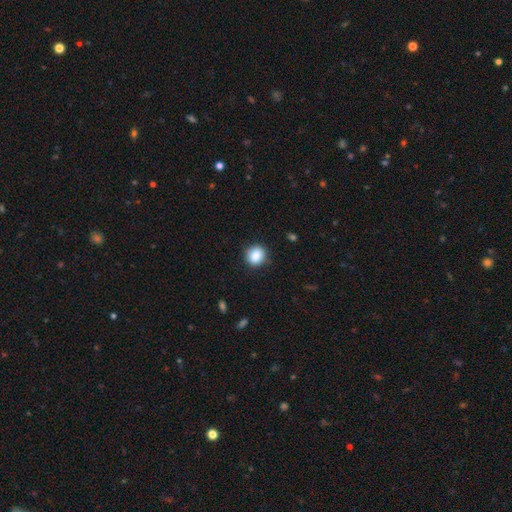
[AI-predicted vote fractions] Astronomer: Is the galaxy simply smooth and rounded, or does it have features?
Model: smooth — 86%.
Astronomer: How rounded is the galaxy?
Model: round — 83%.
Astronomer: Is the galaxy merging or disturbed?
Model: none — 88%.